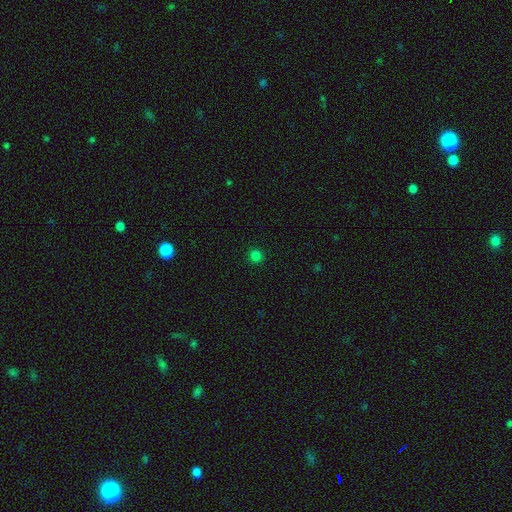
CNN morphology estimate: type=smooth (80%); roundness=round (94%); merging=none (93%).